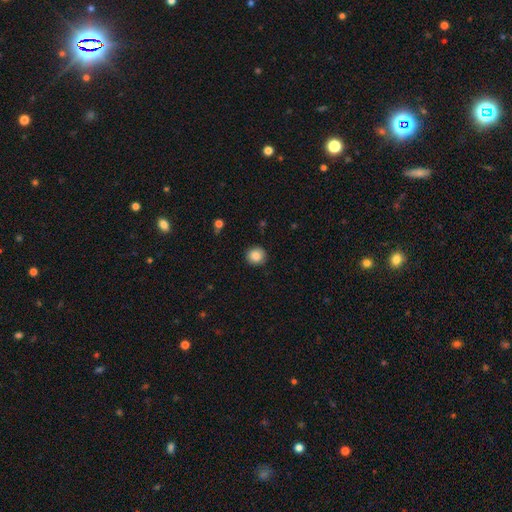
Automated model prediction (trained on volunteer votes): The model was most divided on "smooth or featured": smooth: 87%, star or artifact: 9%, featured or disk: 4%. More confident: how rounded — round (90%); merging — none (90%).